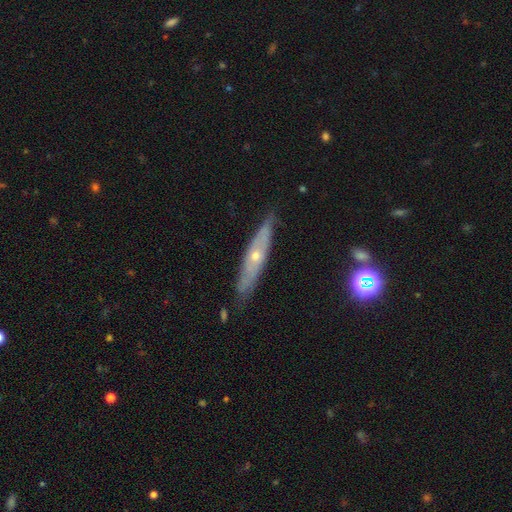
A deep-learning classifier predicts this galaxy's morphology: Smooth or featured? featured or disk (65%)
Edge-on disk? yes (62%)
Merging? none (79%)